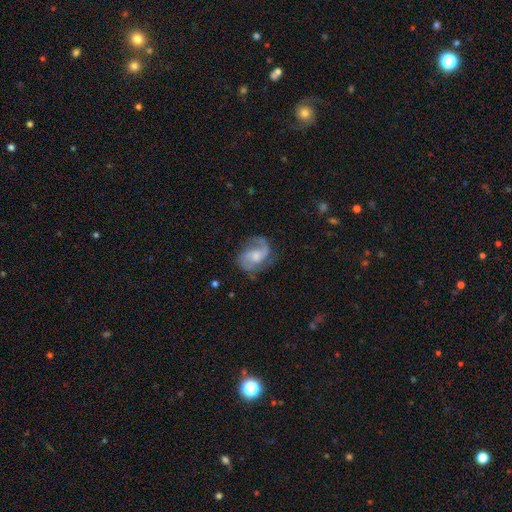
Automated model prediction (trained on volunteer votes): This is likely a featured or disk galaxy (75%). It is clearly not viewed edge-on (97%). Bar: possibly no (51%). Spiral arm pattern: clearly yes (92%). Spiral arm count: likely 2 (73%). Spiral winding: marginally loose (44%). Central bulge: marginally moderate (42%). Merging: possibly none (57%).